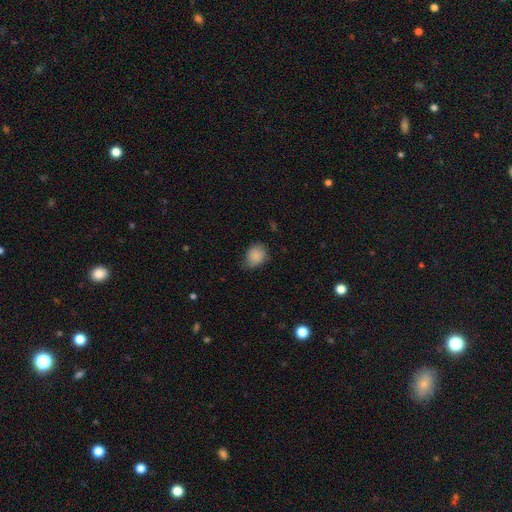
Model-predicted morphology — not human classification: Smooth or featured: smooth — 86% (star or artifact — 8%)
How rounded: round — 58% (in between — 41%)
Merging: none — 60% (minor disturbance — 32%)